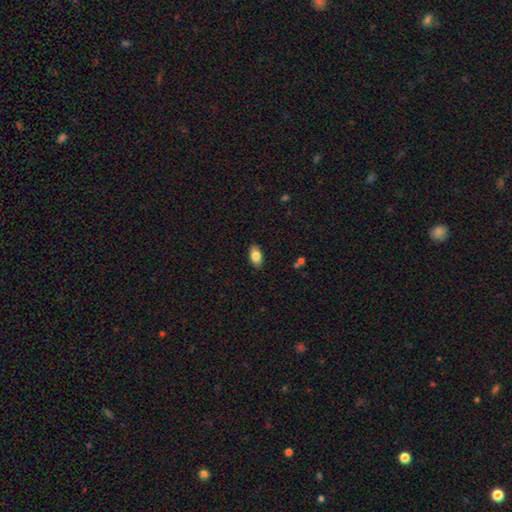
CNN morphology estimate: Smooth or featured: smooth — 83% (featured or disk — 9%)
How rounded: in between — 92% (round — 5%)
Merging: none — 88% (minor disturbance — 9%)